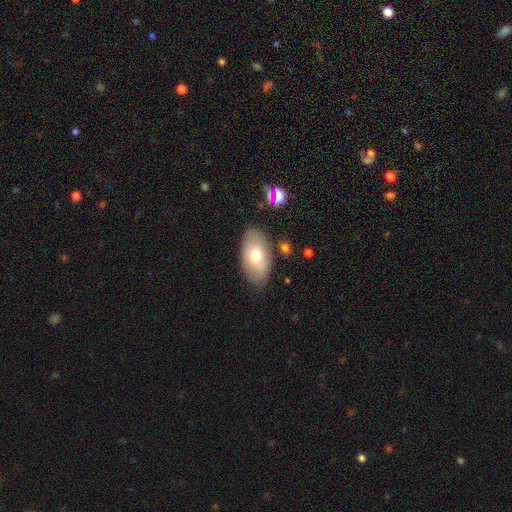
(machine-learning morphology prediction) type=smooth (67%); roundness=in between (93%); merging=none (79%).